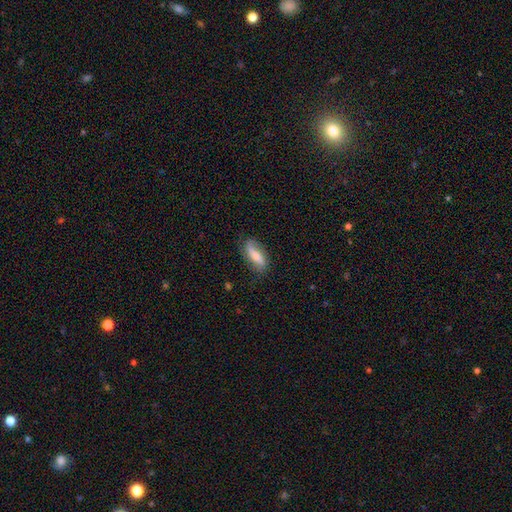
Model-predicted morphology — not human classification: Smooth or featured? Predicted: featured or disk (p=0.47). Merging? Predicted: none (p=0.72).